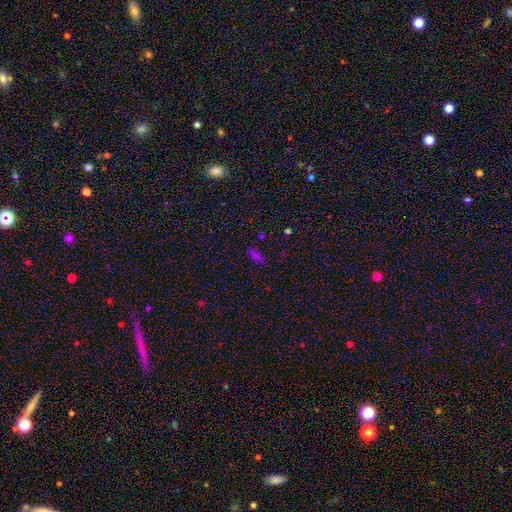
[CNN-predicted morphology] The model was most divided on "how rounded": in between: 68%, cigar-shaped: 29%, round: 4%. More confident: merging — none (78%); smooth or featured — smooth (71%).